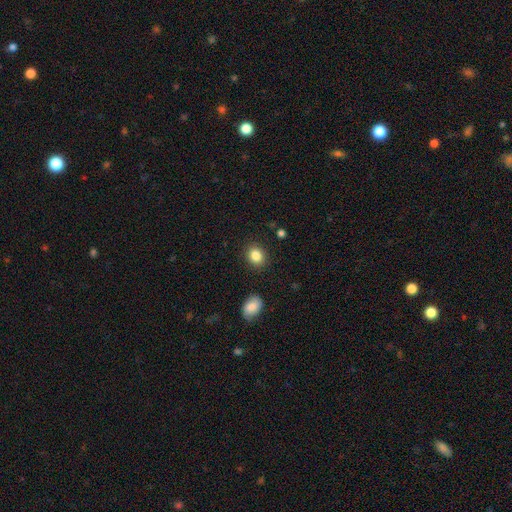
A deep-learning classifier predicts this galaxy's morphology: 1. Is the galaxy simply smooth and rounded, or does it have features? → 85% smooth, 9% star or artifact, 5% featured or disk.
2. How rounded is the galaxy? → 61% round, 38% in between, 1% cigar-shaped.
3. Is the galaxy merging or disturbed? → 88% none, 7% minor disturbance, 2% major disturbance, 2% merger.